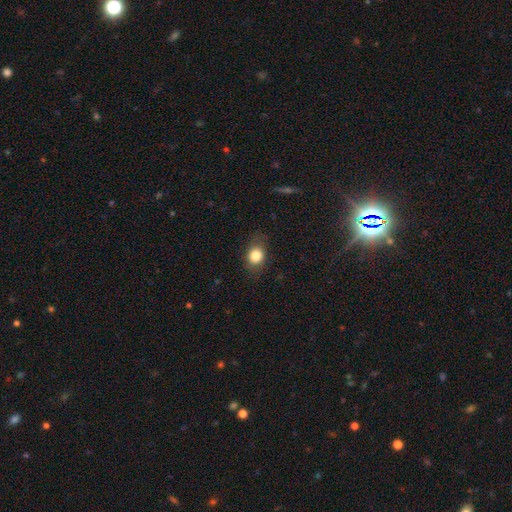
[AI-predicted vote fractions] The model was most divided on "how rounded": round: 50%, in between: 49%, cigar-shaped: 2%. More confident: smooth or featured — smooth (82%); merging — none (76%).